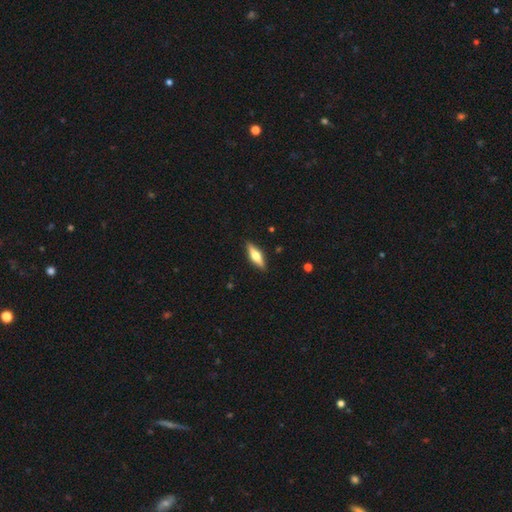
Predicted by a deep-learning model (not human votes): This is possibly a featured or disk galaxy (56%). It is clearly viewed edge-on (95%). Edge-on bulge: clearly rounded (93%). Merging: clearly none (90%).